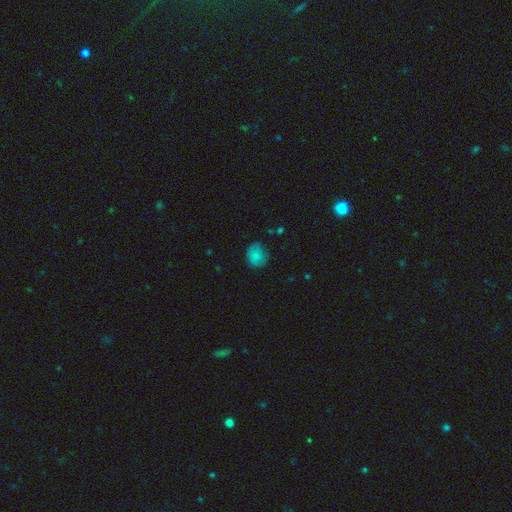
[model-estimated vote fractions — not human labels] Overall: smooth (77%). How rounded: round (62%; in between 37%). Merging: none (69%).